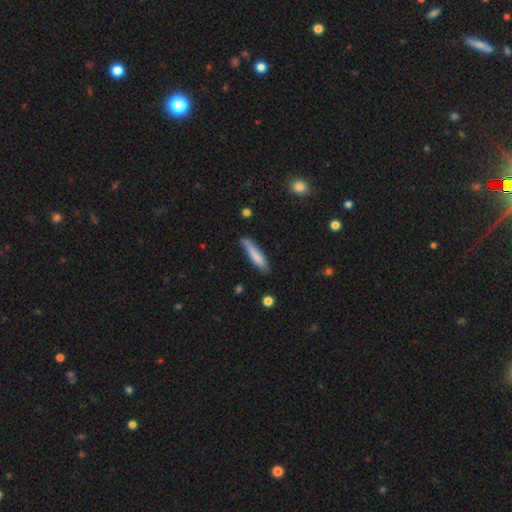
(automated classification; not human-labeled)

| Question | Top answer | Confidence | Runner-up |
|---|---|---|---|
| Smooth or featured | smooth | 78% | featured or disk (16%) |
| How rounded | cigar-shaped | 81% | in between (18%) |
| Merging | none | 62% | minor disturbance (28%) |